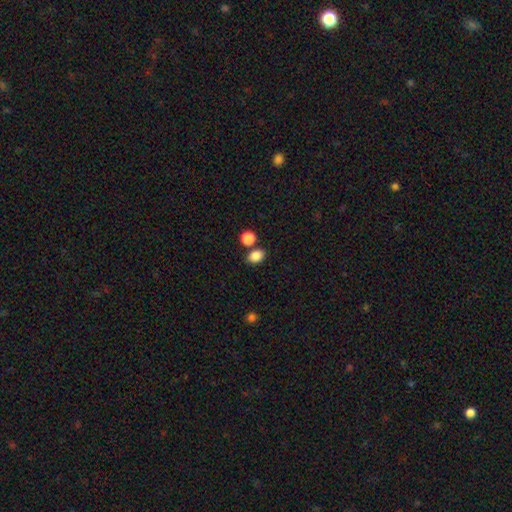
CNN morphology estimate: This appears to be a smooth galaxy with no disk features (85%) that is in between round and cigar-shaped (68%). Merging: none (74%).